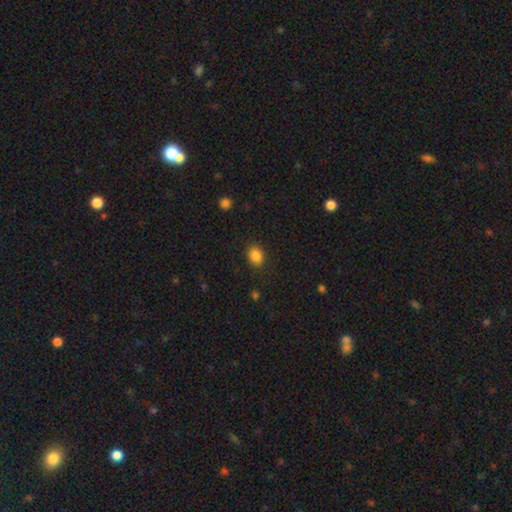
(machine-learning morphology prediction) This is clearly a smooth galaxy (86%). How rounded: possibly in between (51%). Merging: clearly none (86%).